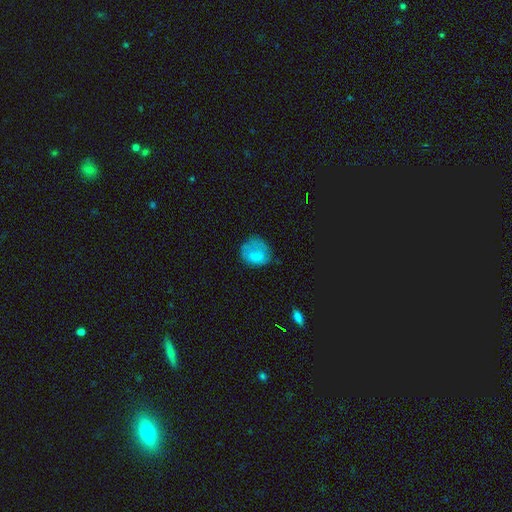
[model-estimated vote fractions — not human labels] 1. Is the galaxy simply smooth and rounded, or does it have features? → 71% smooth, 20% featured or disk, 9% star or artifact.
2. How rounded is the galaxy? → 60% round, 39% in between, 1% cigar-shaped.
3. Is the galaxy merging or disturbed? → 44% none, 29% minor disturbance, 25% major disturbance, 2% merger.